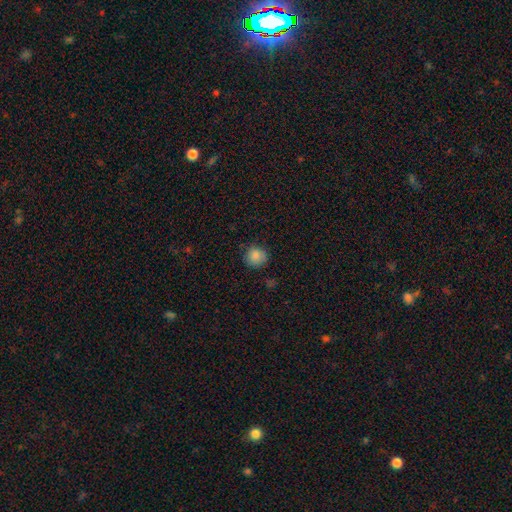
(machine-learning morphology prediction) This appears to be a smooth galaxy with no disk features (85%) that is round (90%). Merging: none (82%).